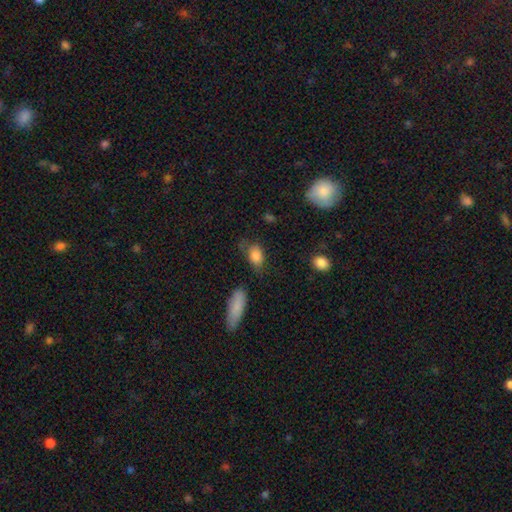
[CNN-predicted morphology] The model was most divided on "merging": none: 57%, minor disturbance: 26%, major disturbance: 11%, merger: 5%. More confident: how rounded — in between (85%); smooth or featured — smooth (85%).